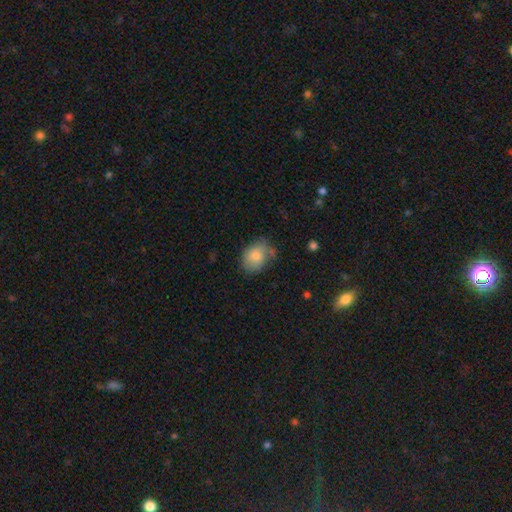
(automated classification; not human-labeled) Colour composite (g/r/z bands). It shows a smooth galaxy with no disk features (76%) that is in between round and cigar-shaped (62%). Merging: none (57%).